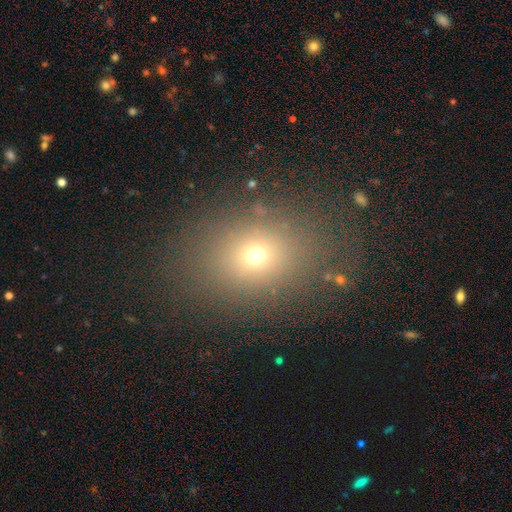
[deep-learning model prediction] This is likely a smooth galaxy (66%). How rounded: possibly in between (55%). Merging: clearly none (84%).